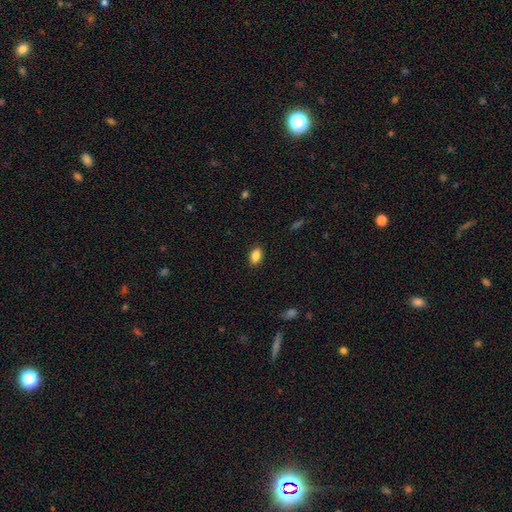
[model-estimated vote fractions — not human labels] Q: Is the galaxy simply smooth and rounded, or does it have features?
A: smooth — 88%.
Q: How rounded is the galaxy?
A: in between — 88%.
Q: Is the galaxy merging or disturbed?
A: none — 89%.